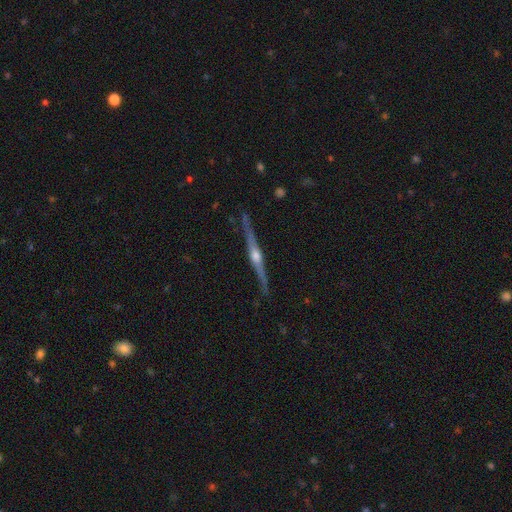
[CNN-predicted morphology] featured or disk 84%, smooth 11%, star or artifact 5%. Down the decision tree: edge-on disk — yes (98%); edge-on bulge — rounded (90%); merging — none (86%).